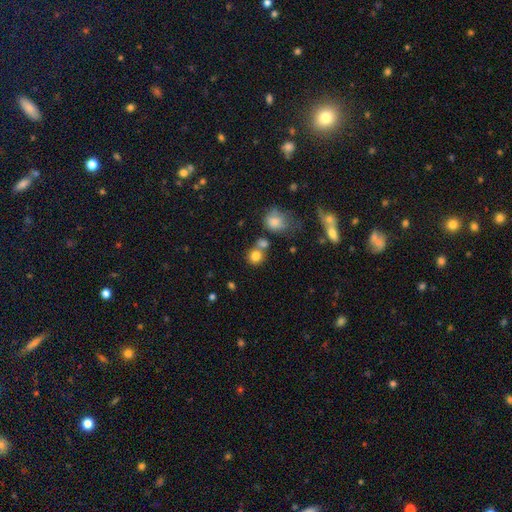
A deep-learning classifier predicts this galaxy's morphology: This appears to be a smooth galaxy with no disk features (79%) that is round (83%). Merging: none (56%).